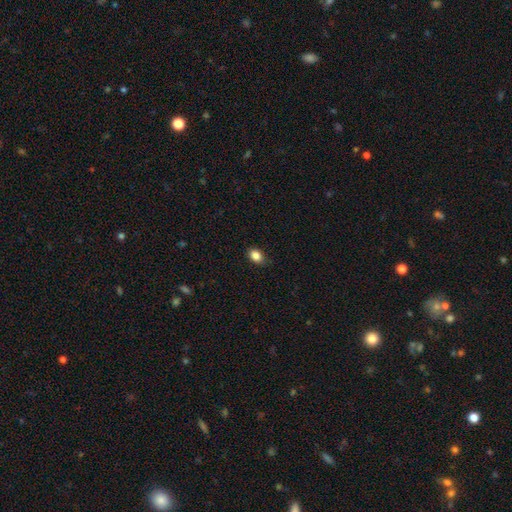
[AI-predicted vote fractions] A smooth galaxy with no disk features (86%) that is in between round and cigar-shaped (71%).

Vote fractions:
- Smooth or featured? smooth: 86% / star or artifact: 10% / featured or disk: 5%
- How rounded? in between: 71% / round: 28% / cigar-shaped: 1%
- Merging? none: 82% / minor disturbance: 15% / major disturbance: 3% / merger: 1%